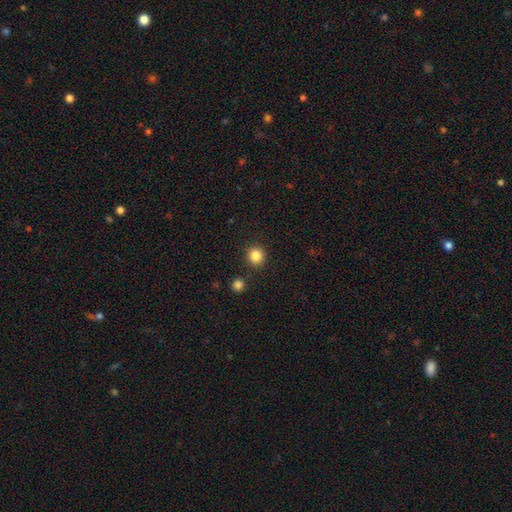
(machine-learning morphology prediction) This appears to be a smooth galaxy with no disk features (85%) that is round (91%). Merging: none (90%).